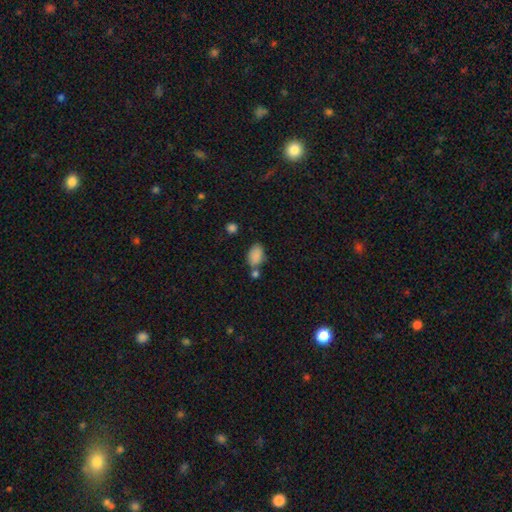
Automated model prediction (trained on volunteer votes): Smooth or featured: smooth — 86% (star or artifact — 9%)
How rounded: in between — 87% (round — 12%)
Merging: none — 59% (merger — 18%)